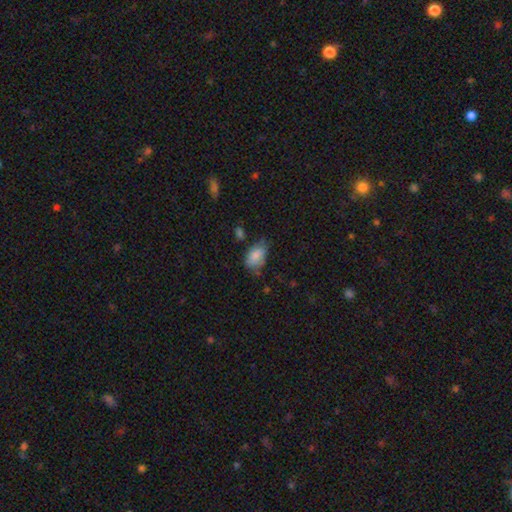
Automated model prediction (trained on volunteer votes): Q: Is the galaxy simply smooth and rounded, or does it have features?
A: smooth — 82%.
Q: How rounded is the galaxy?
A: in between — 89%.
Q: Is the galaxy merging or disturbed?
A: none — 49%.